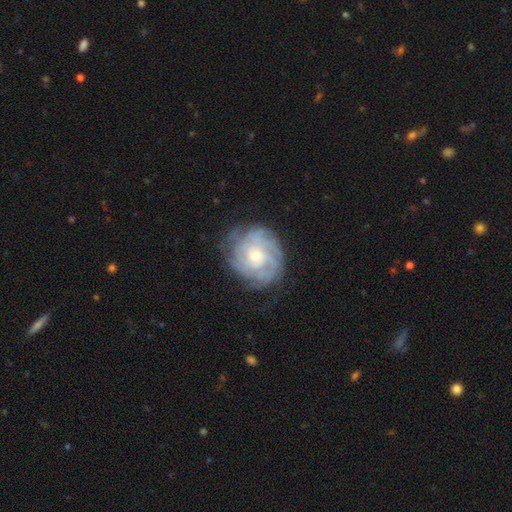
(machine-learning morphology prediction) A featured or disk galaxy (81%) with no bar (75%), tight (75%) spiral arms (94%) and a small central bulge (52%).

Vote fractions:
- Smooth or featured? featured or disk: 81% / smooth: 13% / star or artifact: 7%
- Edge-on disk? no: 97% / yes: 3%
- Bar? no: 75% / weak: 21% / strong: 4%
- Spiral arms? yes: 94% / no: 6%
- Spiral winding? tight: 75% / medium: 20% / loose: 5%
- Spiral arm count? can't tell: 44% / 4: 17% / 3: 13% / more than 4: 11% / 2: 10% / 1: 6%
- Bulge size? small: 52% / moderate: 44% / large: 2% / none: 1% / dominant: 1%
- Merging? none: 75% / minor disturbance: 17% / major disturbance: 6% / merger: 1%